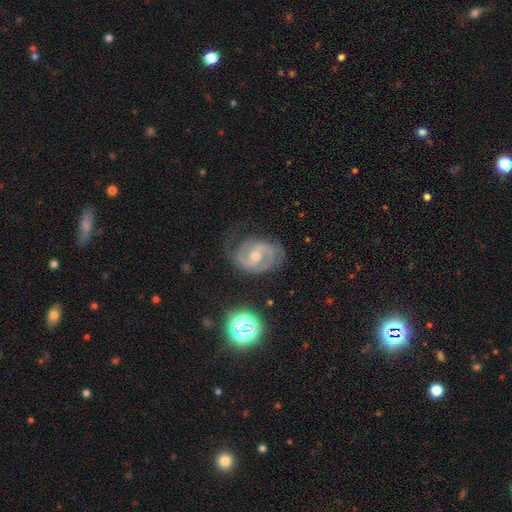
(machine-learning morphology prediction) A featured or disk galaxy (83%) with a weak bar (46%), 2 (81%) medium (47%) spiral arms (92%) and a moderate central bulge (58%).

Vote fractions:
- Smooth or featured? featured or disk: 83% / smooth: 10% / star or artifact: 8%
- Edge-on disk? no: 97% / yes: 3%
- Bar? weak: 46% / no: 31% / strong: 23%
- Spiral arms? yes: 92% / no: 8%
- Spiral winding? medium: 47% / tight: 36% / loose: 17%
- Spiral arm count? 2: 81% / can't tell: 9% / 1: 4% / 3: 3% / 4: 1% / more than 4: 1%
- Bulge size? moderate: 58% / small: 39% / large: 2% / none: 1% / dominant: 1%
- Merging? none: 66% / minor disturbance: 21% / major disturbance: 11% / merger: 1%